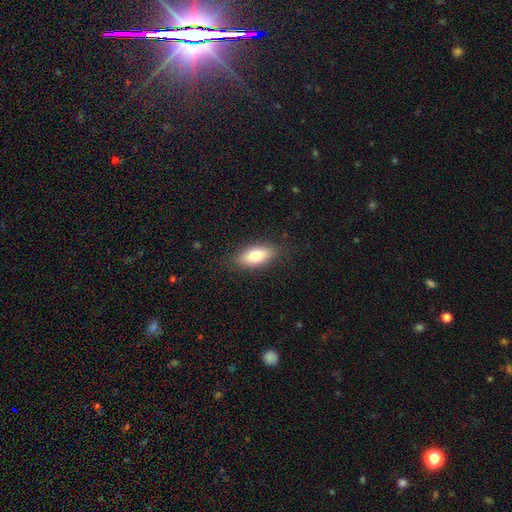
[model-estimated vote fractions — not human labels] Smooth or featured? smooth (77%)
How rounded? in between (85%)
Merging? none (85%)